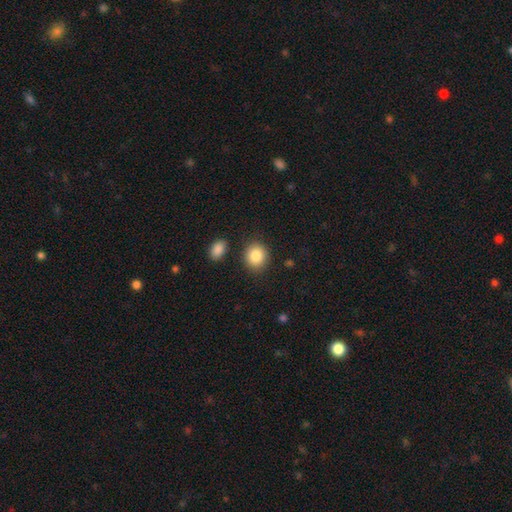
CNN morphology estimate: Smooth or featured?
  - smooth: 86% *
  - star or artifact: 8%
  - featured or disk: 6%
How rounded?
  - round: 75% *
  - in between: 24%
  - cigar-shaped: 1%
Merging?
  - none: 85% *
  - minor disturbance: 9%
  - merger: 4%
  - major disturbance: 3%